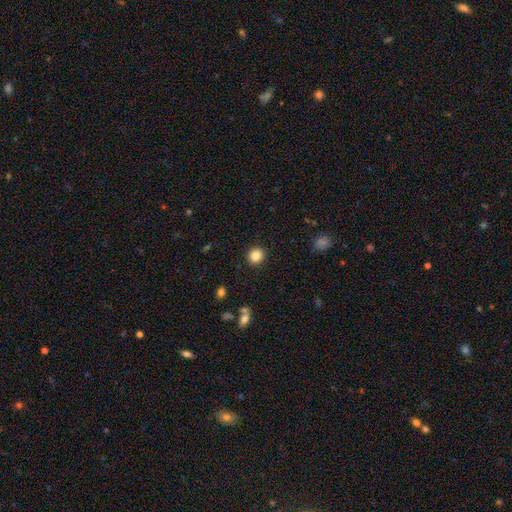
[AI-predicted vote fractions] smooth_or_featured: smooth (p=0.85) [alt: star or artifact p=0.10]
how_rounded: round (p=0.87) [alt: in between p=0.12]
merging: none (p=0.91) [alt: minor disturbance p=0.05]